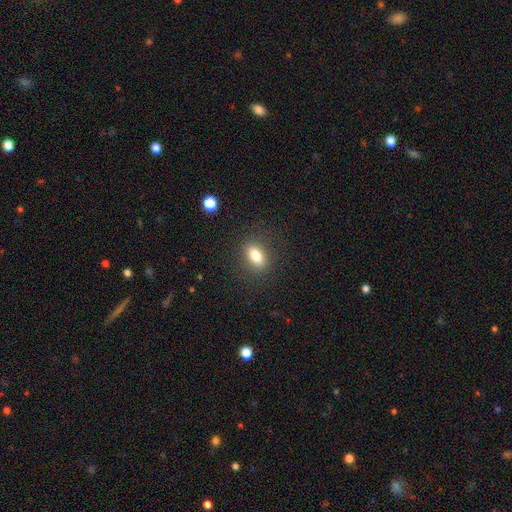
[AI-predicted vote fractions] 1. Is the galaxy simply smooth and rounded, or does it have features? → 81% smooth, 10% star or artifact, 9% featured or disk.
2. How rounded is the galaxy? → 82% in between, 12% round, 6% cigar-shaped.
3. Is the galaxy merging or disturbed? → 86% none, 9% minor disturbance, 3% major disturbance, 1% merger.